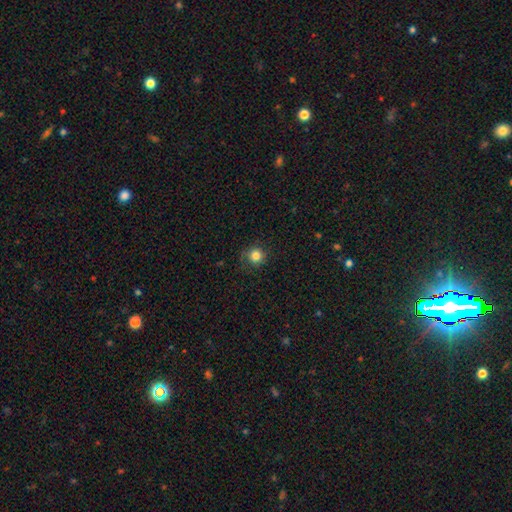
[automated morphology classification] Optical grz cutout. It shows a smooth galaxy with no disk features (83%) that is round (94%). Merging: none (83%).